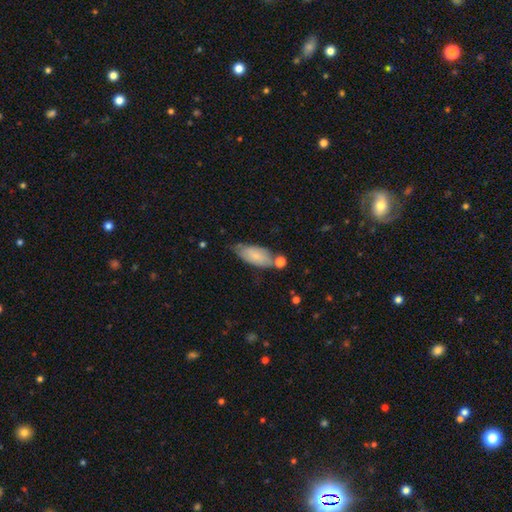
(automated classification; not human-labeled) Morphology: type=smooth (71%); roundness=in between (84%); merging=none (52%).